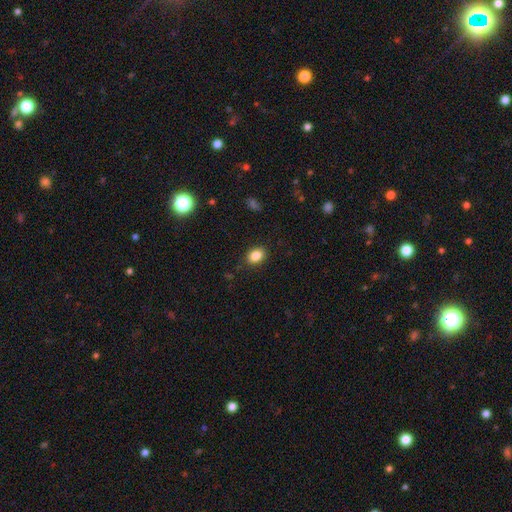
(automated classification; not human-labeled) The model was most divided on "how rounded": in between: 70%, round: 29%, cigar-shaped: 1%. More confident: merging — none (87%); smooth or featured — smooth (85%).